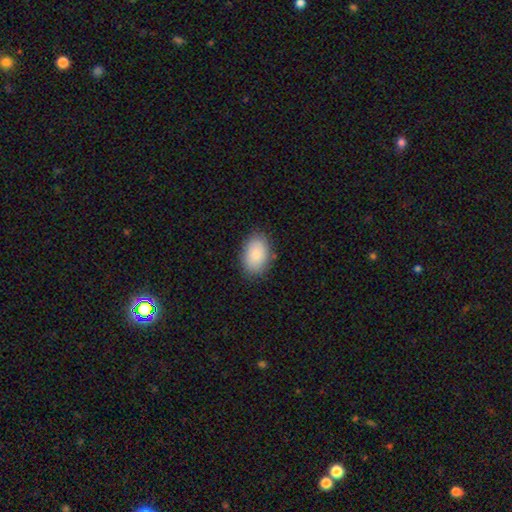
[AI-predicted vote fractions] Overall: smooth (85%). How rounded: in between (88%). Merging: none (83%).